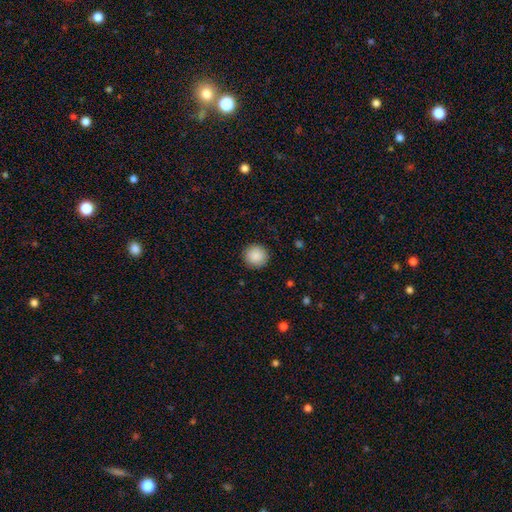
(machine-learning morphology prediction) smooth 89%, star or artifact 8%, featured or disk 3%. Down the decision tree: how rounded — round (95%); merging — none (92%).